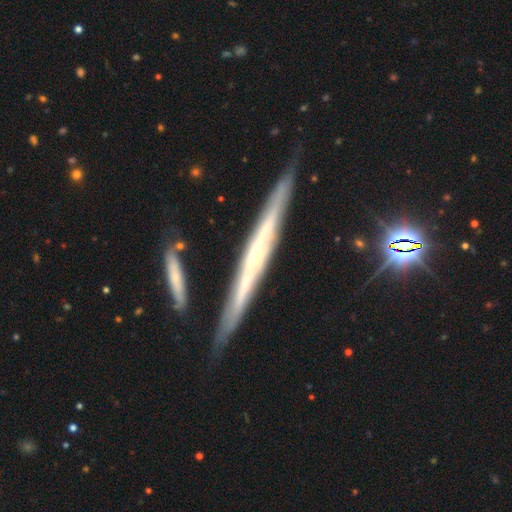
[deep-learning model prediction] Overall: featured or disk (75%). Edge-on disk: yes (93%). Edge-on bulge: none (54%; rounded 40%). Merging: none (84%).